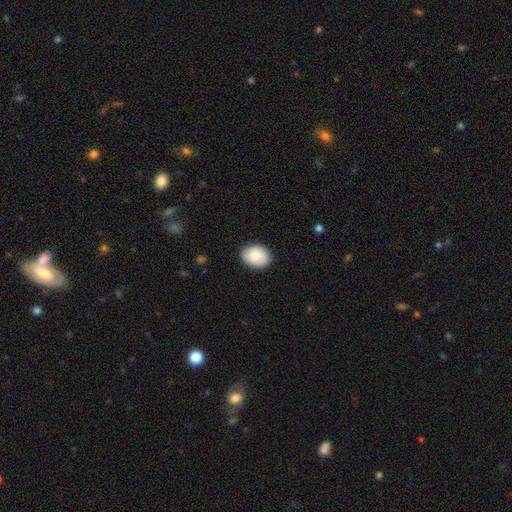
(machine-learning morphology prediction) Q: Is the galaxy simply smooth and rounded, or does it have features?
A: smooth — 80%.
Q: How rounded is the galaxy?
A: in between — 65%.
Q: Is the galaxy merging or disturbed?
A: none — 84%.